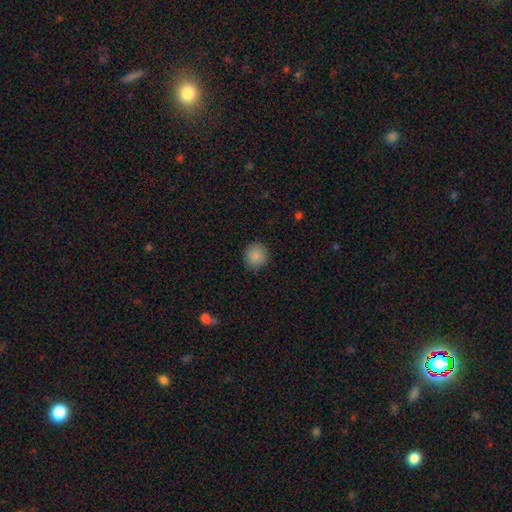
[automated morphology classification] Q: Smooth or featured?
A: smooth (88%); runner-up: star or artifact (9%)
Q: How rounded?
A: round (89%); runner-up: in between (10%)
Q: Merging?
A: none (89%); runner-up: minor disturbance (8%)